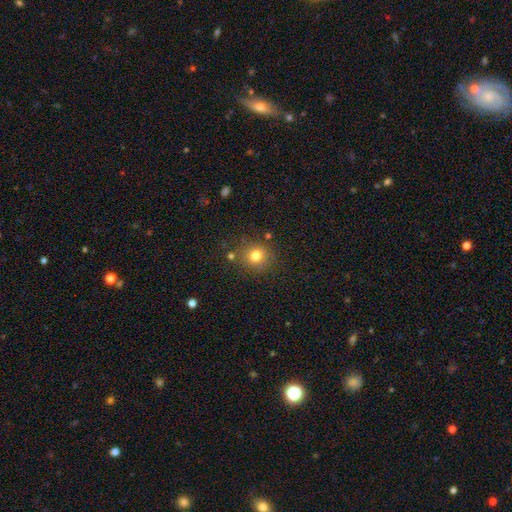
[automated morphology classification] Smooth or featured: smooth — 79% (star or artifact — 13%)
How rounded: round — 86% (in between — 14%)
Merging: none — 81% (minor disturbance — 10%)